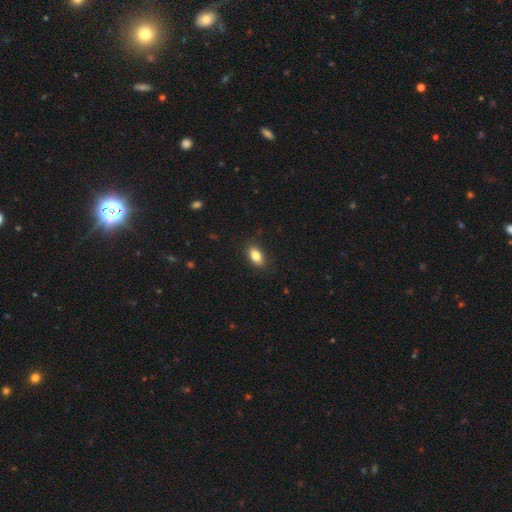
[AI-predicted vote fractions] Overall: smooth (83%). How rounded: in between (89%). Merging: none (87%).